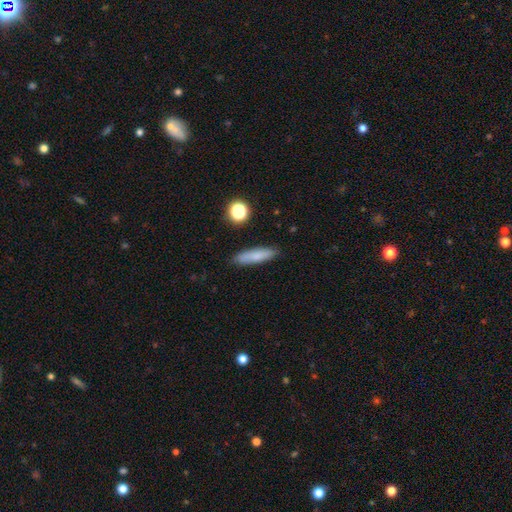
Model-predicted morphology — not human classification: Smooth or featured: smooth — 77% (featured or disk — 14%)
How rounded: cigar-shaped — 77% (in between — 20%)
Merging: none — 87% (minor disturbance — 9%)